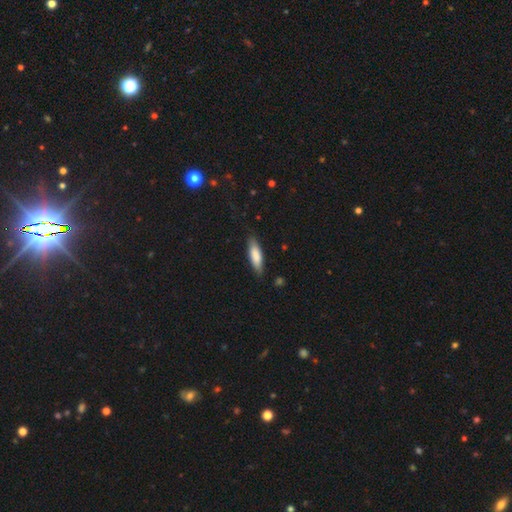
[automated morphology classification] smooth 81%, featured or disk 14%, star or artifact 5%. Down the decision tree: how rounded — cigar-shaped (54%); merging — none (83%).